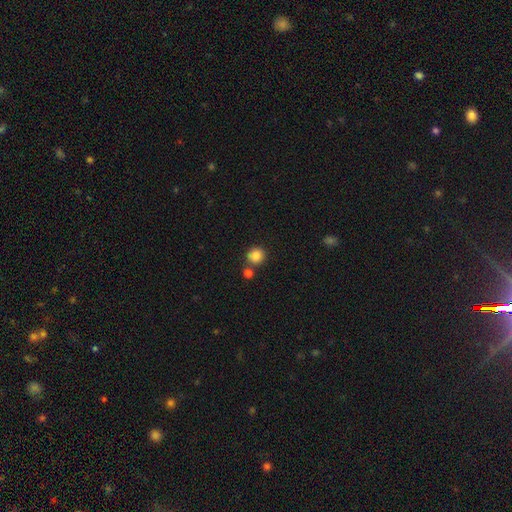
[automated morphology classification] Smooth or featured: smooth — 86% (star or artifact — 10%)
How rounded: round — 91% (in between — 8%)
Merging: none — 76% (merger — 14%)